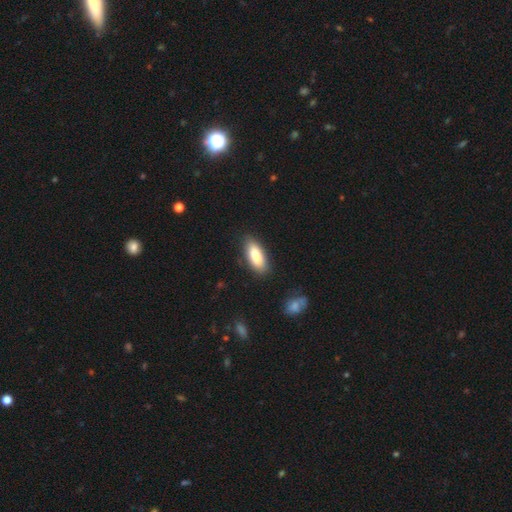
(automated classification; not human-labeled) This is clearly a smooth galaxy (84%). How rounded: likely in between (78%). Merging: clearly none (84%).